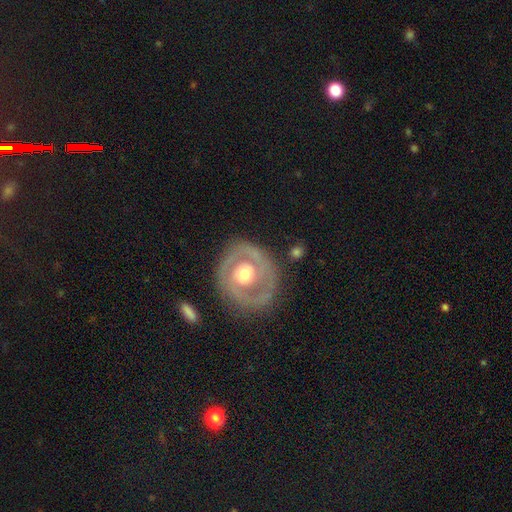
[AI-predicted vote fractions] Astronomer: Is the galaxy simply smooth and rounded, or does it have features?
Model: featured or disk — 70%.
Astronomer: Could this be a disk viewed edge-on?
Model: no — 95%.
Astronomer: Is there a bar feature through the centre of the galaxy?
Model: no — 76%.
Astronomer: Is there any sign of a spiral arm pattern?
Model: no — 54% (runner-up: yes, 46%).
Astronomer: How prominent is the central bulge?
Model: moderate — 70%.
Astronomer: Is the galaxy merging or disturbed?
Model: none — 77%.